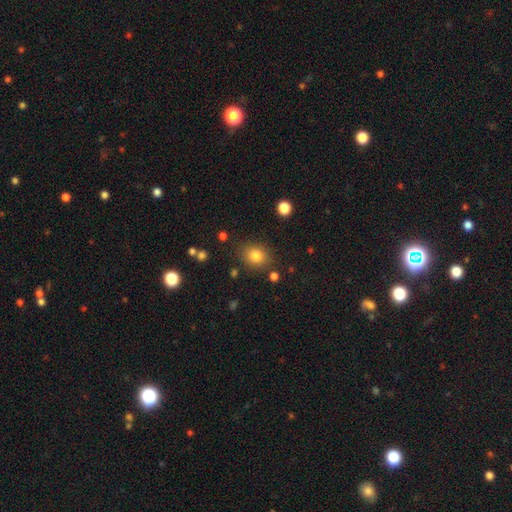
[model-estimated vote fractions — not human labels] Smooth or featured? Predicted: smooth (p=0.82). How rounded? Predicted: round (p=0.62). Merging? Predicted: none (p=0.83).